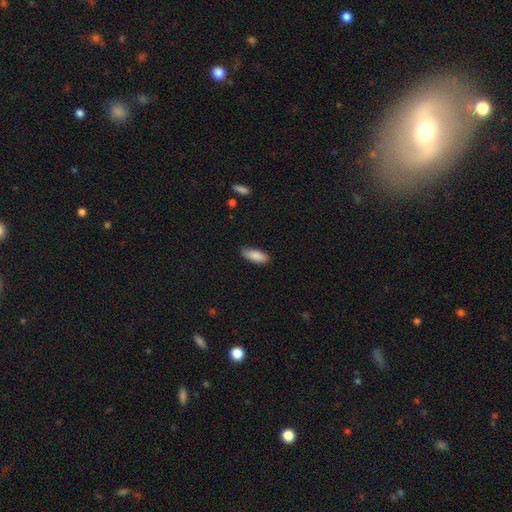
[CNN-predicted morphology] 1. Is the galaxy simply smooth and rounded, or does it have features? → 88% smooth, 6% star or artifact, 5% featured or disk.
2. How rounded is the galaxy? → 75% in between, 23% cigar-shaped, 2% round.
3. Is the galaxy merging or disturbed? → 83% none, 14% minor disturbance, 2% major disturbance, 1% merger.